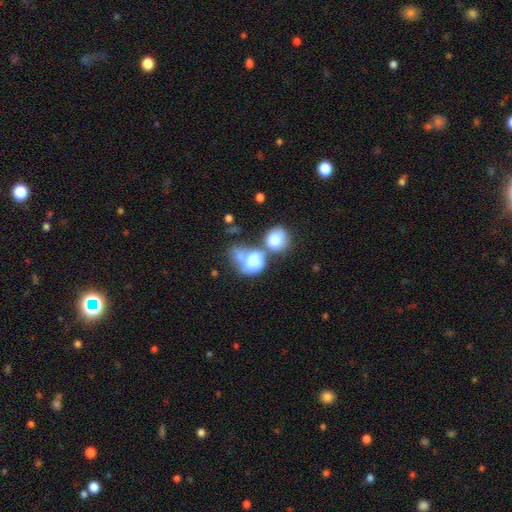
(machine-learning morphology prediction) Overall: smooth (69%). How rounded: in between (55%; round 44%). Merging: merger (61%).